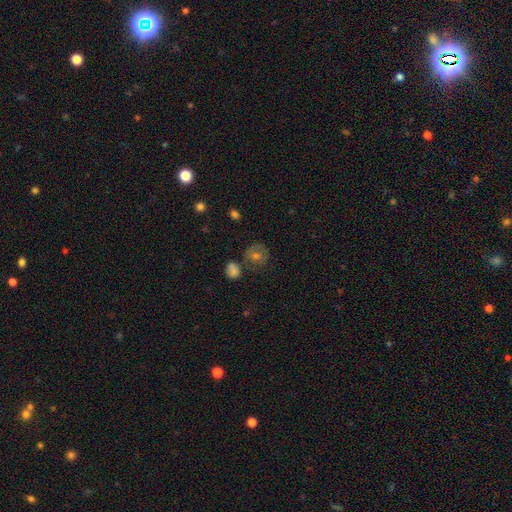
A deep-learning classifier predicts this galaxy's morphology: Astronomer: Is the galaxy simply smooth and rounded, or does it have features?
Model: smooth — 50% (runner-up: featured or disk, 31%).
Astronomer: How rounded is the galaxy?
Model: round — 84%.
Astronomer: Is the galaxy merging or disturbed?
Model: none — 69%.